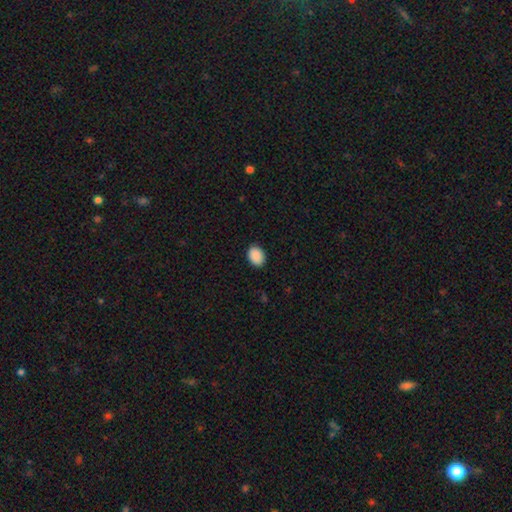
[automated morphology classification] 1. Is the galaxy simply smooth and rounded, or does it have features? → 90% smooth, 7% star or artifact, 2% featured or disk.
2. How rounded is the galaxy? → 70% in between, 29% round, 1% cigar-shaped.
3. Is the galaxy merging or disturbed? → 89% none, 8% minor disturbance, 2% major disturbance, 1% merger.